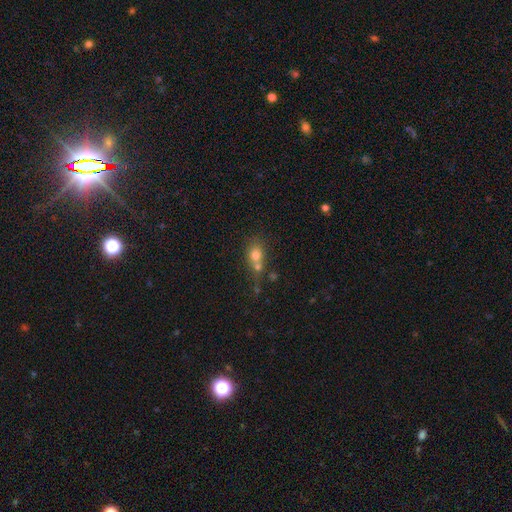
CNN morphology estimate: Smooth or featured? Predicted: smooth (p=0.71). How rounded? Predicted: round (p=0.62). Merging? Predicted: merger (p=0.51).